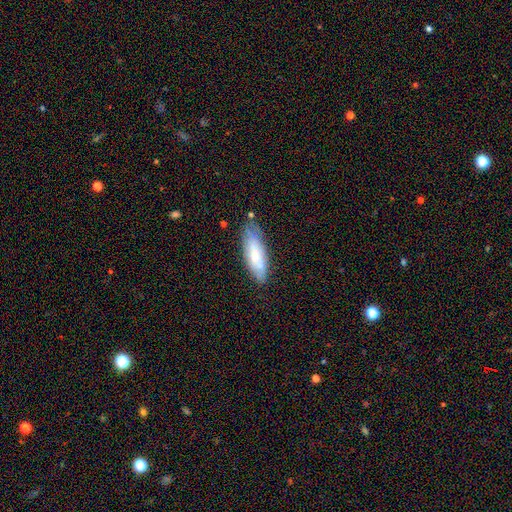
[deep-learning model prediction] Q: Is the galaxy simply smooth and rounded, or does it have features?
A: smooth — 54%.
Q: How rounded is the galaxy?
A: in between — 57%.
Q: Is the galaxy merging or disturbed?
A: none — 70%.